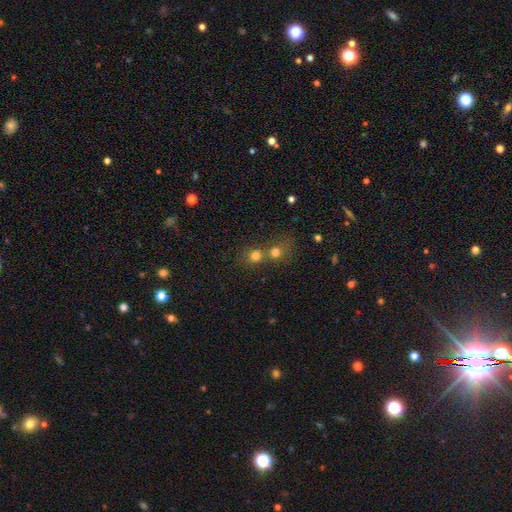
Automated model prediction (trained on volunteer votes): Smooth or featured?
  - smooth: 74% *
  - star or artifact: 17%
  - featured or disk: 10%
How rounded?
  - round: 85% *
  - in between: 14%
  - cigar-shaped: 1%
Merging?
  - merger: 48% *
  - none: 43%
  - minor disturbance: 6%
  - major disturbance: 3%